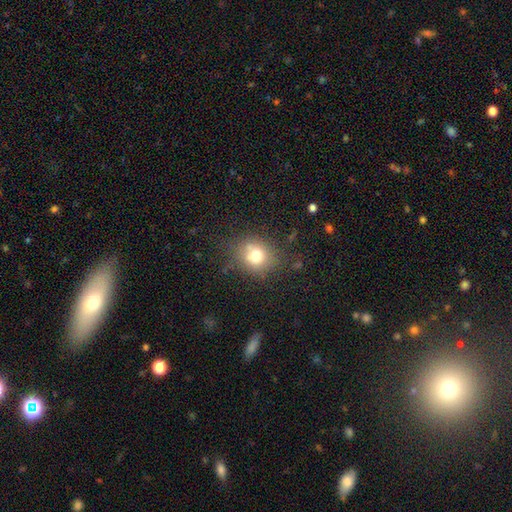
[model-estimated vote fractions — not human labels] Morphology: type=smooth (73%); roundness=round (76%); merging=none (74%).